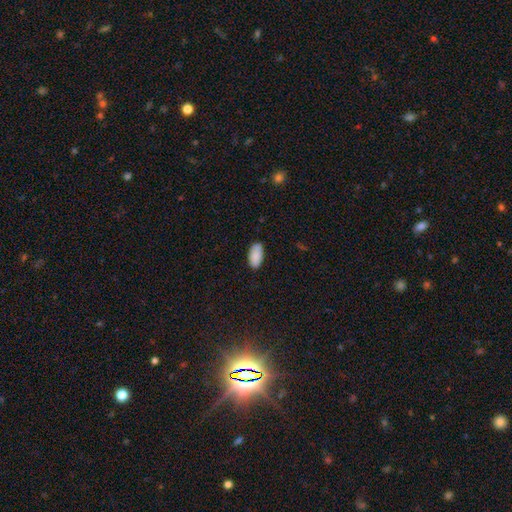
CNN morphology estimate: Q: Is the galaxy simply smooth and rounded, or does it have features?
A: smooth — 89%.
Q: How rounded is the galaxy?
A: in between — 94%.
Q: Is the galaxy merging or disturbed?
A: none — 84%.